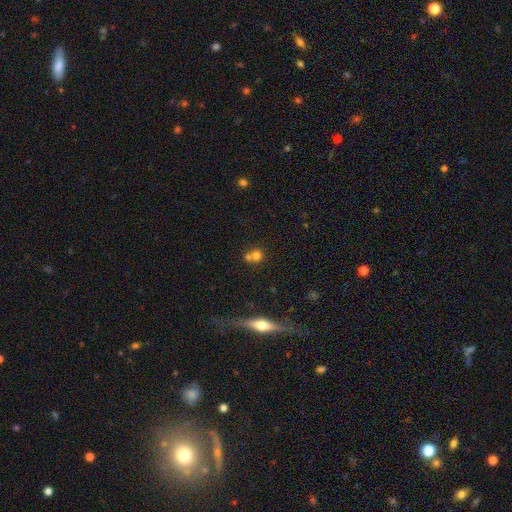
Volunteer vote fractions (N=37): smooth 73%, featured or disk 22%, star or artifact 5%. Down the decision tree: how rounded — round (81%); merging — merger (51%).